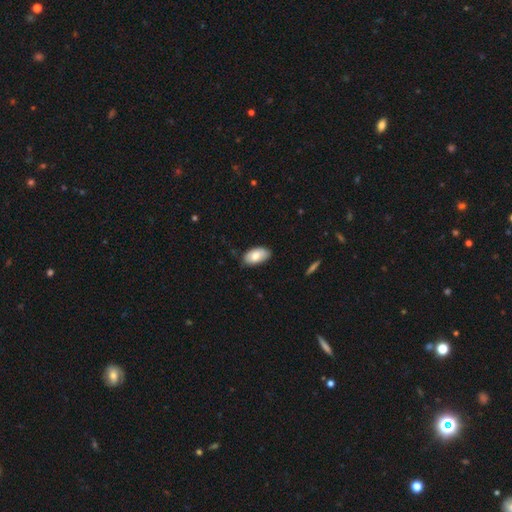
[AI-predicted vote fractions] This appears to be a smooth galaxy with no disk features (80%) that is in between round and cigar-shaped (95%). Merging: none (77%).